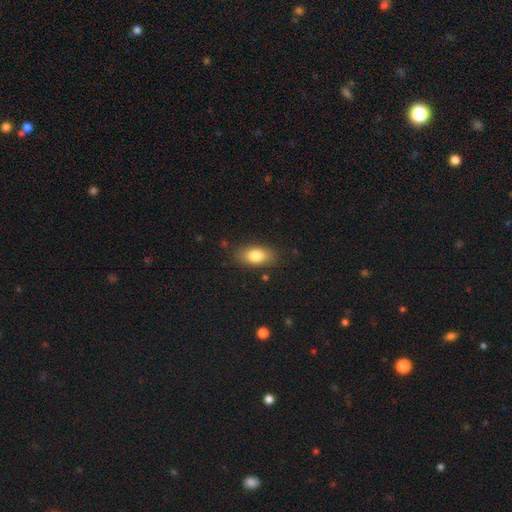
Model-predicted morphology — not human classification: The model was most divided on "smooth or featured": smooth: 81%, featured or disk: 11%, star or artifact: 8%. More confident: how rounded — in between (88%); merging — none (84%).